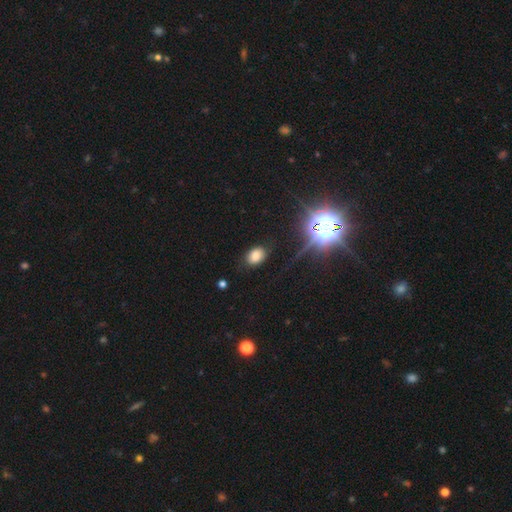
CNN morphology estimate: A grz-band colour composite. It shows a smooth galaxy with no disk features (73%) that is in between round and cigar-shaped (78%). Merging: none (82%).